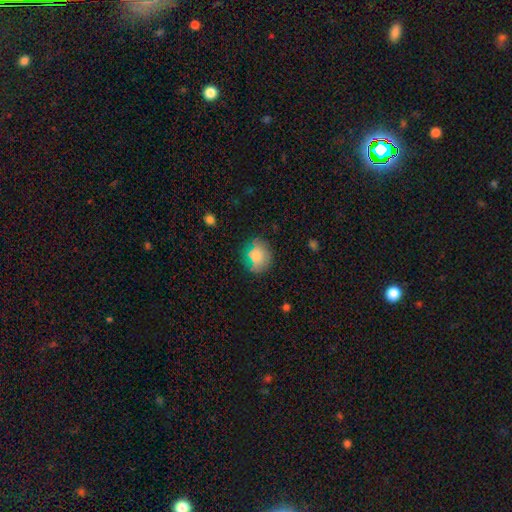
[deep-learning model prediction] This is likely a smooth galaxy (77%). How rounded: likely round (71%). Merging: likely none (70%).